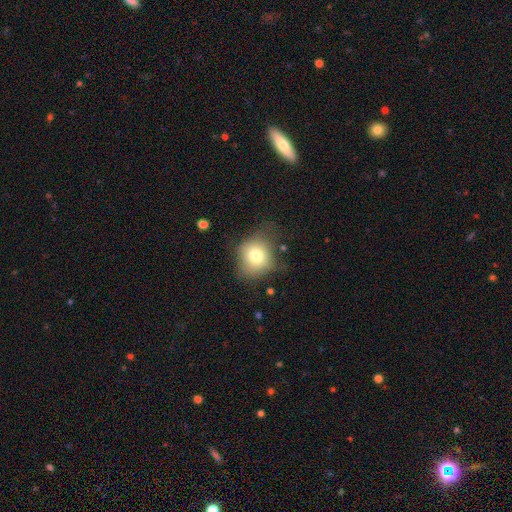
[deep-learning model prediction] smooth-or-featured: smooth: 75% | featured or disk: 14% | star or artifact: 11%
  how-rounded: round: 75% | in between: 24% | cigar-shaped: 1%
  merging: none: 54% | minor disturbance: 29% | major disturbance: 15% | merger: 2%